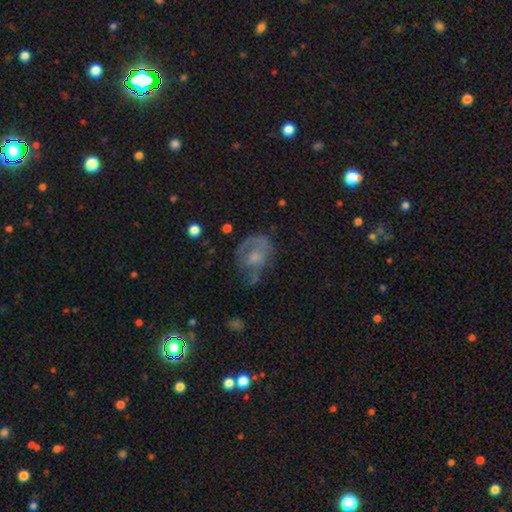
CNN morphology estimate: Smooth or featured?
  - featured or disk: 55% *
  - smooth: 33%
  - star or artifact: 12%
Edge-on disk?
  - no: 96% *
  - yes: 4%
Bar?
  - no: 80% *
  - weak: 17%
  - strong: 3%
Spiral arms?
  - yes: 52% *
  - no: 48%
Bulge size?
  - moderate: 43% *
  - small: 35%
  - none: 14%
  - large: 6%
  - dominant: 2%
Merging?
  - none: 43% *
  - major disturbance: 28%
  - minor disturbance: 25%
  - merger: 4%